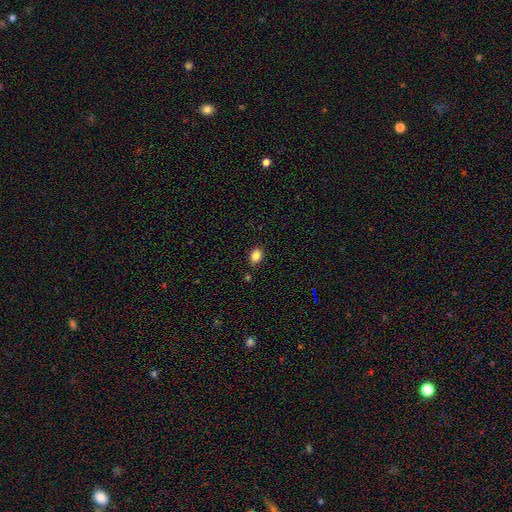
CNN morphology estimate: The model was most divided on "how rounded": in between: 69%, round: 30%, cigar-shaped: 1%. More confident: merging — none (85%); smooth or featured — smooth (84%).